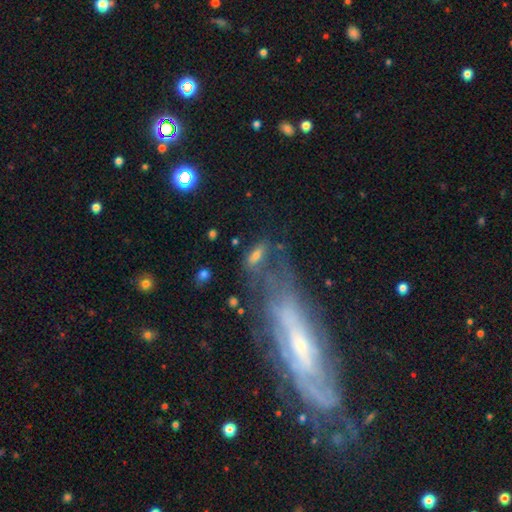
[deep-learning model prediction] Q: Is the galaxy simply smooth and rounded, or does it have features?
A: smooth — 55%.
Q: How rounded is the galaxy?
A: in between — 72%.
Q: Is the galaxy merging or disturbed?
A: none — 49%.